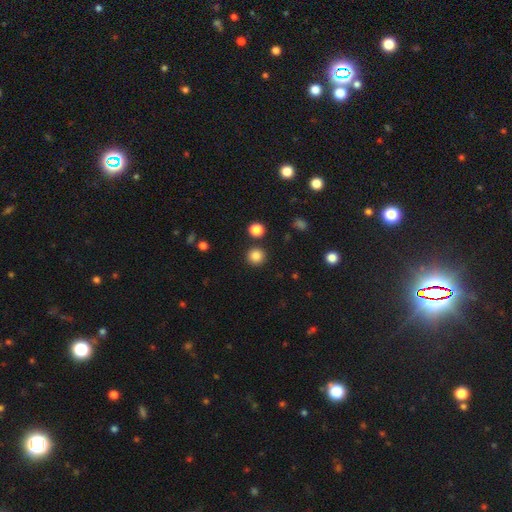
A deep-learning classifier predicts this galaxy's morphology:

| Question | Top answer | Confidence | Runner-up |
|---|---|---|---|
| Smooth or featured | smooth | 85% | star or artifact (12%) |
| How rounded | round | 94% | in between (5%) |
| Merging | none | 89% | minor disturbance (5%) |